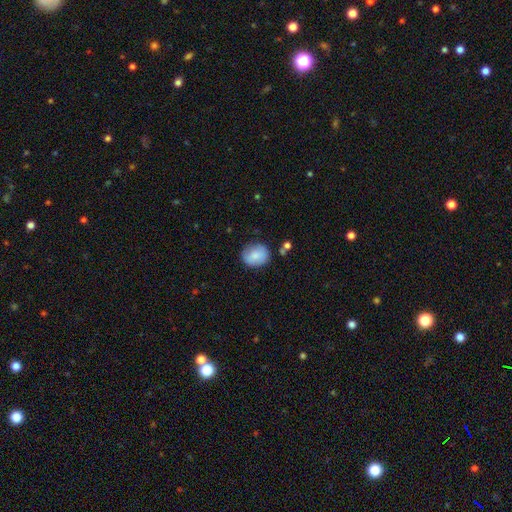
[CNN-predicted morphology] A smooth galaxy with no disk features (82%) that is round (65%).

Vote fractions:
- Smooth or featured? smooth: 82% / featured or disk: 11% / star or artifact: 7%
- How rounded? round: 65% / in between: 34% / cigar-shaped: 1%
- Merging? none: 76% / minor disturbance: 17% / major disturbance: 4% / merger: 3%